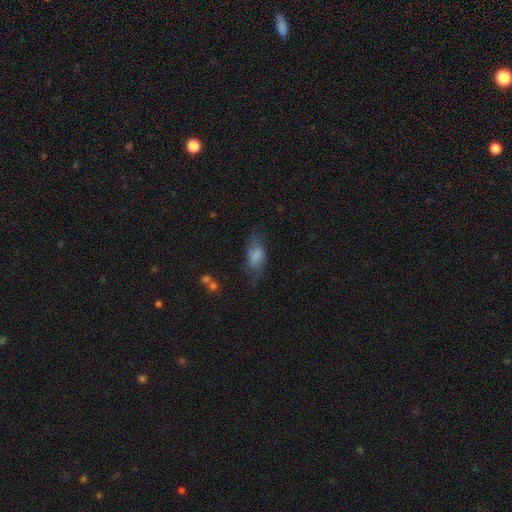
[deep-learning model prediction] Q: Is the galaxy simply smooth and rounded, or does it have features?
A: smooth — 69%.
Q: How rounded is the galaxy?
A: in between — 84%.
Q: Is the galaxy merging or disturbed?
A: none — 59%.